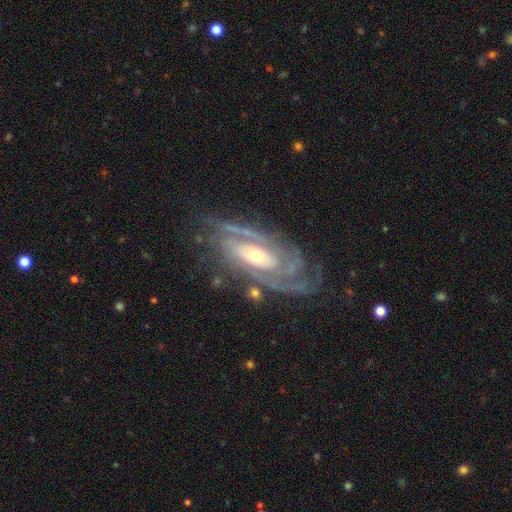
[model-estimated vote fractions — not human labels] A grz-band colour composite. It shows a featured or disk galaxy (88%) with no bar (65%), 2 (40%) tight (64%) spiral arms (95%) and a moderate central bulge (55%). Merging: none (68%).